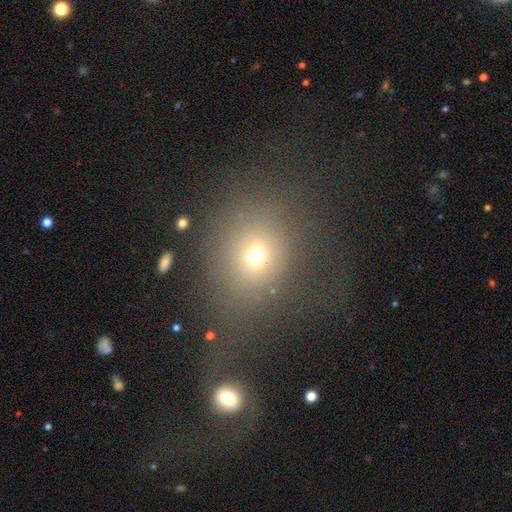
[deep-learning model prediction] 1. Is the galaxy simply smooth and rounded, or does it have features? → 68% smooth, 21% star or artifact, 11% featured or disk.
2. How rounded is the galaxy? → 71% round, 28% in between, 1% cigar-shaped.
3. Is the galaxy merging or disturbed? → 74% none, 12% minor disturbance, 10% major disturbance, 4% merger.